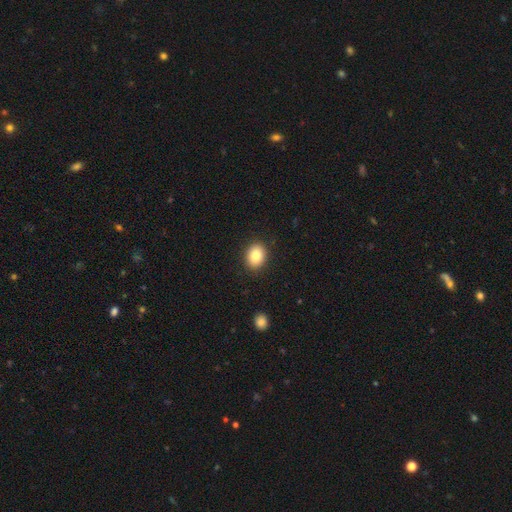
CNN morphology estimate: A smooth galaxy with no disk features (85%) that is in between round and cigar-shaped (59%).

Vote fractions:
- Smooth or featured? smooth: 85% / star or artifact: 8% / featured or disk: 6%
- How rounded? in between: 59% / round: 40% / cigar-shaped: 1%
- Merging? none: 89% / minor disturbance: 8% / major disturbance: 2% / merger: 1%